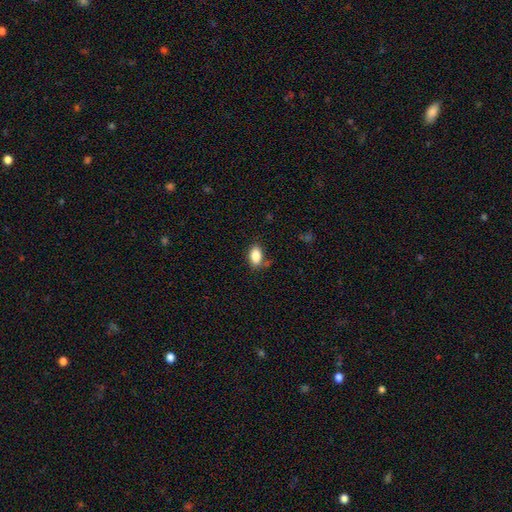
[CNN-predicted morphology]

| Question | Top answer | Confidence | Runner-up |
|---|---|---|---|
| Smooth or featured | smooth | 86% | star or artifact (8%) |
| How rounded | in between | 89% | round (8%) |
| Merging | none | 77% | minor disturbance (16%) |